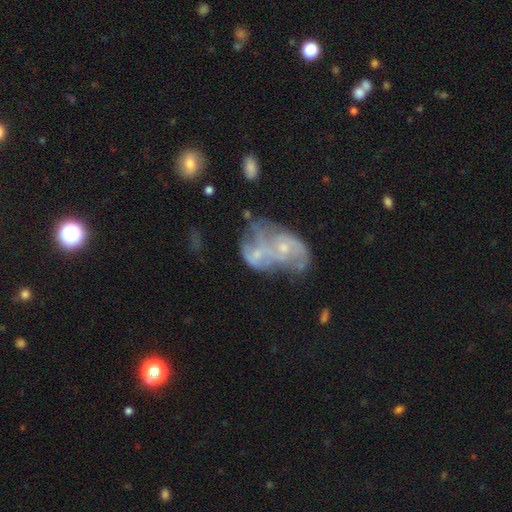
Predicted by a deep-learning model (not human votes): This appears to be a featured or disk galaxy (60%) with no bar (83%), no spiral arms (62%) and a small central bulge (39%). Merging: merger (60%).